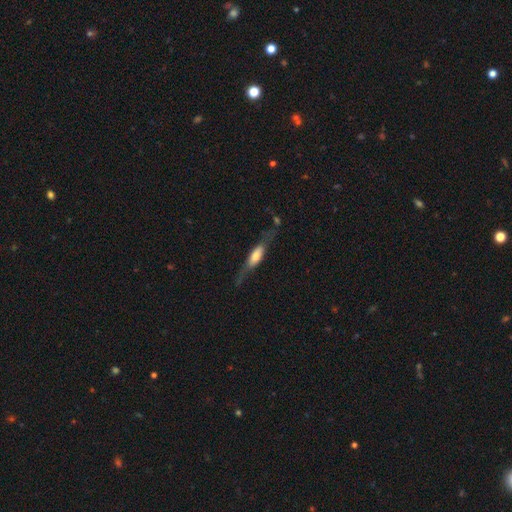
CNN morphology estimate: Q: Smooth or featured?
A: featured or disk (53%); runner-up: smooth (40%)
Q: Edge-on disk?
A: yes (76%); runner-up: no (24%)
Q: Merging?
A: none (57%); runner-up: minor disturbance (23%)